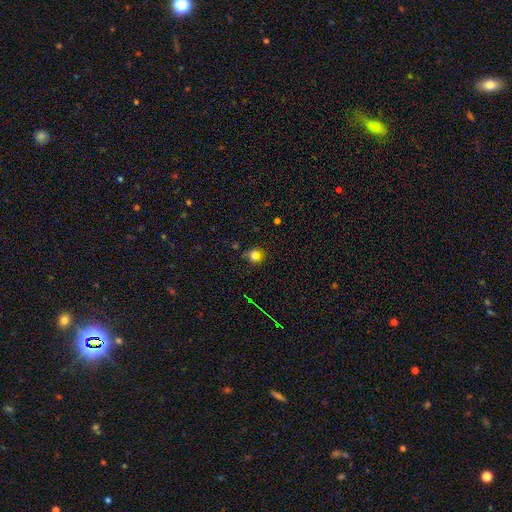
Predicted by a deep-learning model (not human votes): Morphology: type=smooth (77%); roundness=round (73%); merging=none (75%).